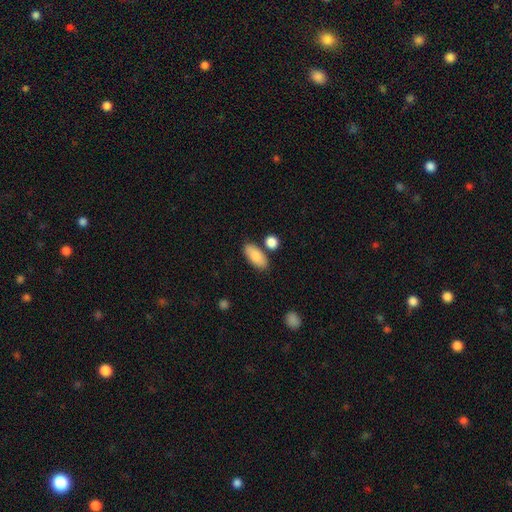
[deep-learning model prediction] Overall: smooth (84%). How rounded: in between (89%). Merging: none (75%).